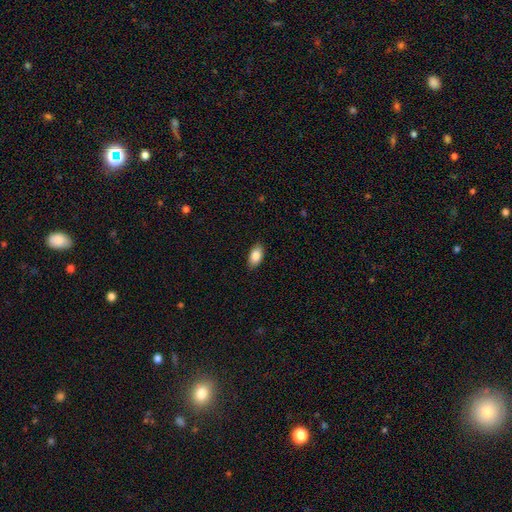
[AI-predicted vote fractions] A smooth galaxy with no disk features (86%) that is in between round and cigar-shaped (92%). Merging: none (86%).